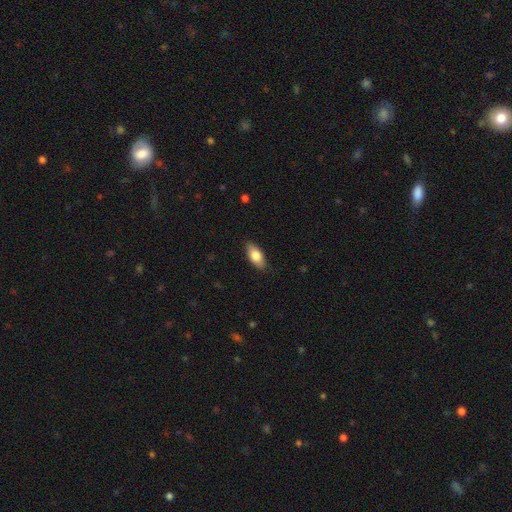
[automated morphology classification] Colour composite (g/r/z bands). It shows a smooth galaxy with no disk features (79%) that is in between round and cigar-shaped (88%). Merging: none (86%).